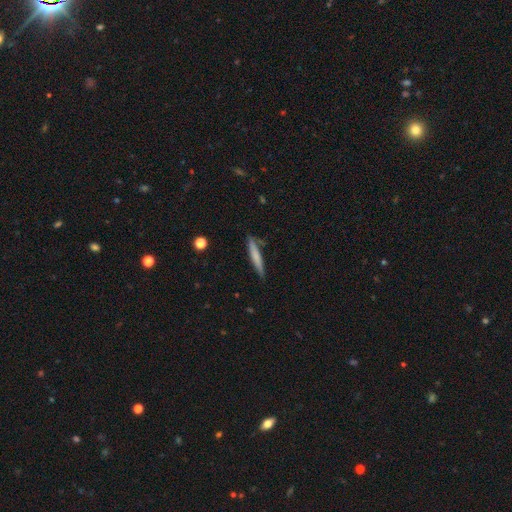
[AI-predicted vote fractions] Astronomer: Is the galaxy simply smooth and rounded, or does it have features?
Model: smooth — 67%.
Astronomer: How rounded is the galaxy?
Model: cigar-shaped — 94%.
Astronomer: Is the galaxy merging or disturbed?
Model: none — 83%.